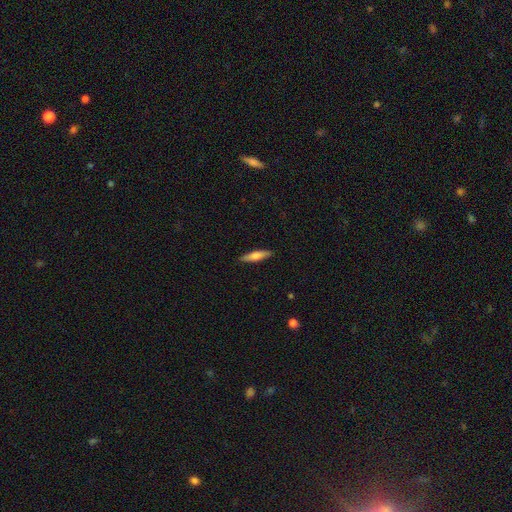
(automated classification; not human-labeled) Overall: smooth (59%; featured or disk 35%). How rounded: cigar-shaped (79%). Merging: none (90%).